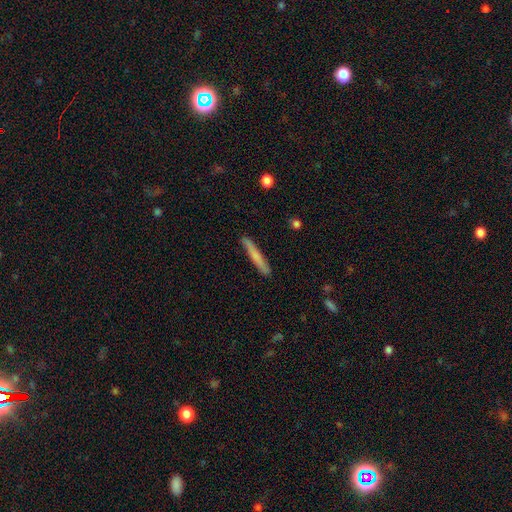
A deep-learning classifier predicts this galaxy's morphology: Q: Smooth or featured?
A: smooth (64%); runner-up: featured or disk (31%)
Q: How rounded?
A: cigar-shaped (96%); runner-up: in between (3%)
Q: Merging?
A: none (88%); runner-up: minor disturbance (9%)